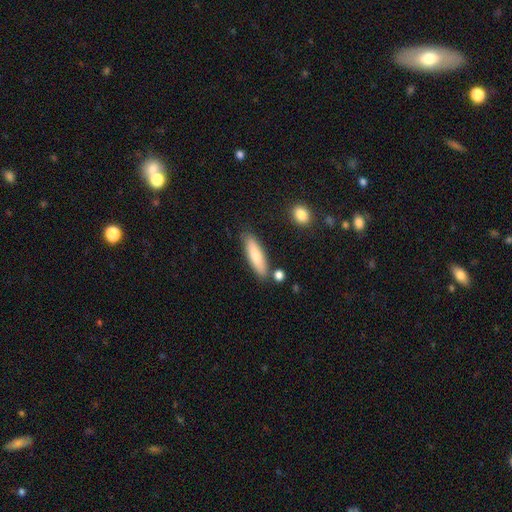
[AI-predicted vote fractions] Smooth or featured? Predicted: smooth (p=0.77). How rounded? Predicted: cigar-shaped (p=0.67). Merging? Predicted: none (p=0.80).